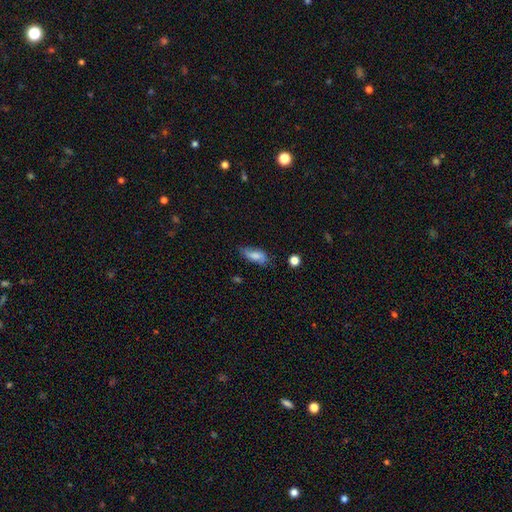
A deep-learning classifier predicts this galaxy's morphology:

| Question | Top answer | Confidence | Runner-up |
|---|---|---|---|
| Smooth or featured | smooth | 73% | featured or disk (19%) |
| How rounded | in between | 79% | cigar-shaped (18%) |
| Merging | none | 63% | minor disturbance (27%) |